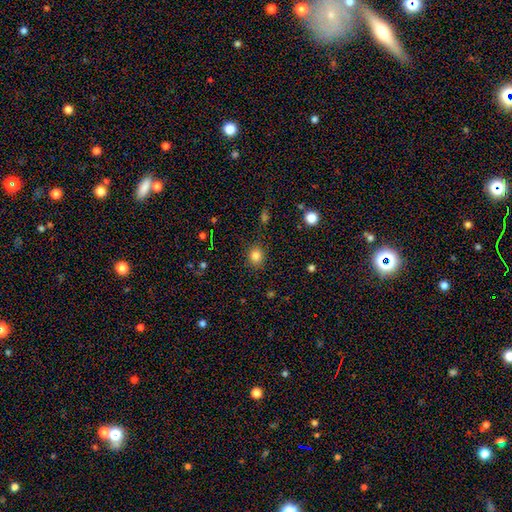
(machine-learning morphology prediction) Smooth or featured? Predicted: smooth (p=0.82). How rounded? Predicted: round (p=0.75). Merging? Predicted: none (p=0.88).